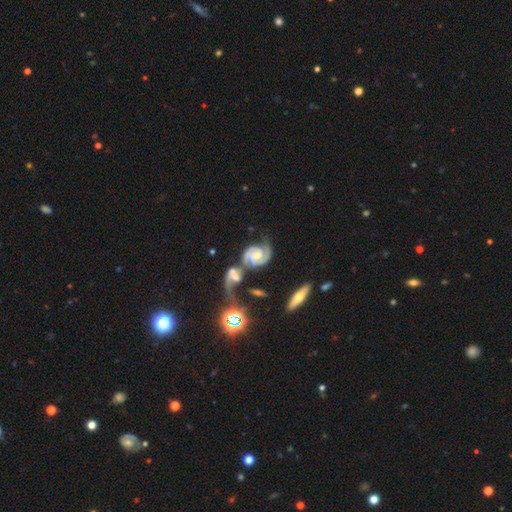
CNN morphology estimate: A featured or disk galaxy (88%) with no bar (54%), 2 (81%) tight (46%) spiral arms (98%) and a moderate central bulge (48%).

Vote fractions:
- Smooth or featured? featured or disk: 88% / smooth: 7% / star or artifact: 5%
- Edge-on disk? no: 97% / yes: 3%
- Bar? no: 54% / weak: 35% / strong: 11%
- Spiral arms? yes: 98% / no: 2%
- Spiral winding? tight: 46% / medium: 43% / loose: 11%
- Spiral arm count? 2: 81% / 3: 8% / can't tell: 5% / 1: 3% / 4: 2% / more than 4: 2%
- Bulge size? moderate: 48% / small: 43% / none: 4% / large: 3% / dominant: 1%
- Merging? merger: 43% / none: 30% / minor disturbance: 15% / major disturbance: 11%